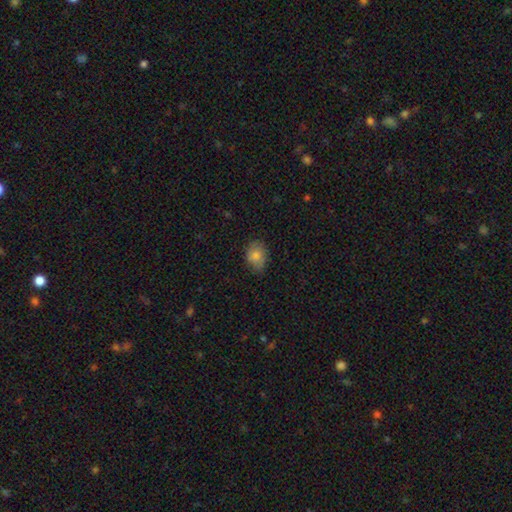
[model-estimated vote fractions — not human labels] smooth 78%, featured or disk 13%, star or artifact 9%. Down the decision tree: how rounded — in between (66%); merging — none (74%).